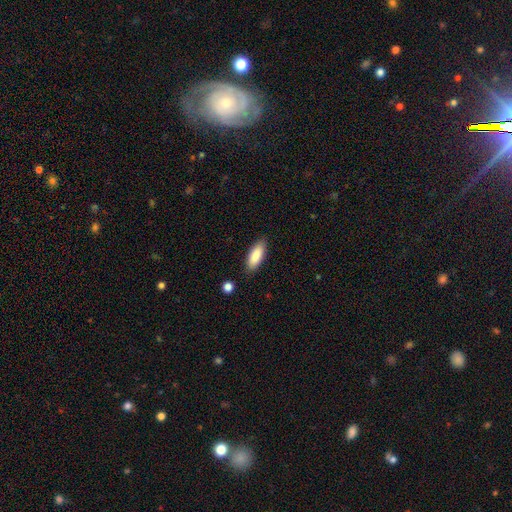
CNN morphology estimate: Q: Smooth or featured?
A: smooth (87%); runner-up: featured or disk (7%)
Q: How rounded?
A: in between (72%); runner-up: cigar-shaped (27%)
Q: Merging?
A: none (86%); runner-up: minor disturbance (10%)